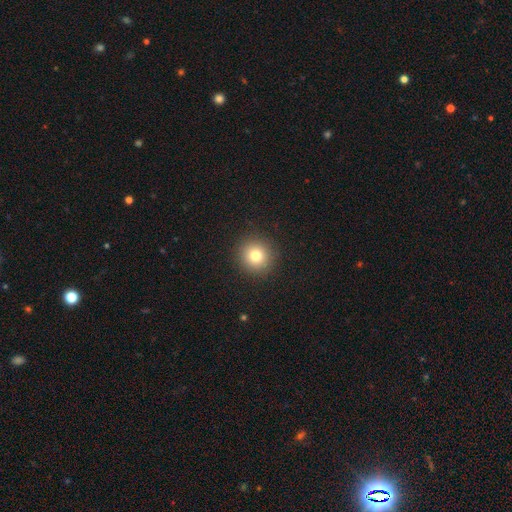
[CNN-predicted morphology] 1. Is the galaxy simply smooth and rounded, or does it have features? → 78% smooth, 13% star or artifact, 9% featured or disk.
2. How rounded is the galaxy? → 94% round, 5% in between, 1% cigar-shaped.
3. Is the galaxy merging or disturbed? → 92% none, 5% minor disturbance, 2% major disturbance, 1% merger.